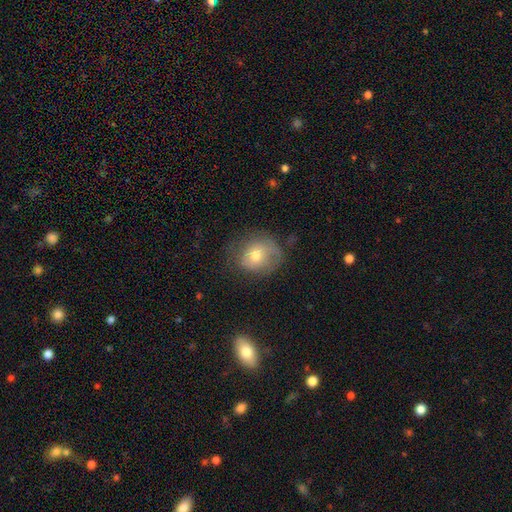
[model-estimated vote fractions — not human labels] This is likely a smooth galaxy (61%). How rounded: likely round (65%). Merging: possibly none (54%).